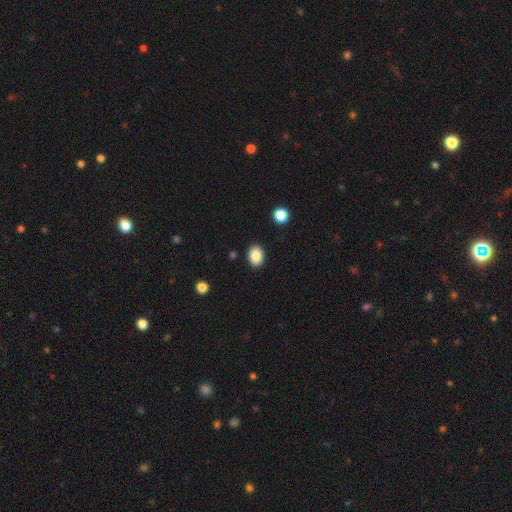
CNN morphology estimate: smooth_or_featured: smooth (p=0.88) [alt: star or artifact p=0.08]
how_rounded: in between (p=0.71) [alt: round p=0.28]
merging: none (p=0.89) [alt: minor disturbance p=0.08]